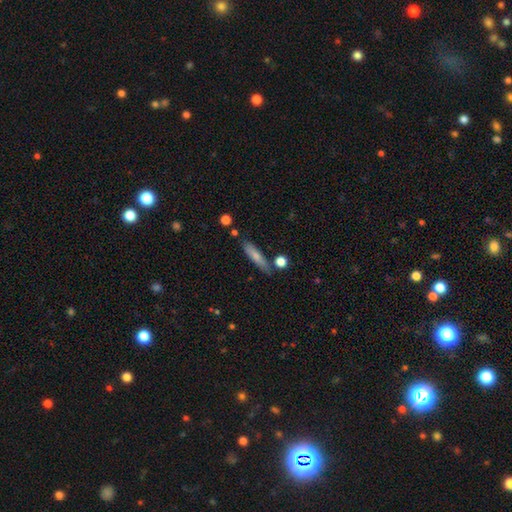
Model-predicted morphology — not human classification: This is likely a smooth galaxy (72%). How rounded: likely cigar-shaped (79%). Merging: likely none (75%).